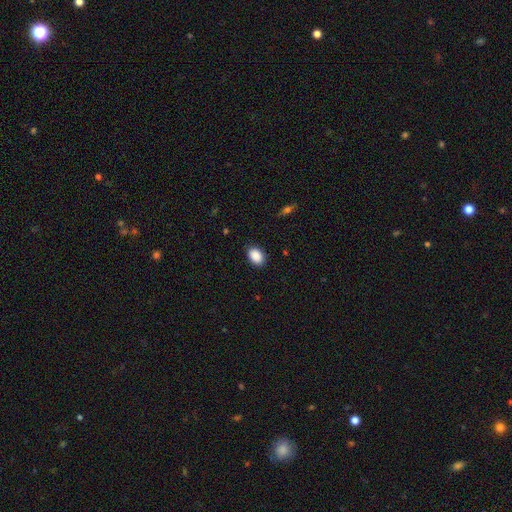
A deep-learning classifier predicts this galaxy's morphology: type=smooth (90%); roundness=in between (84%); merging=none (86%).